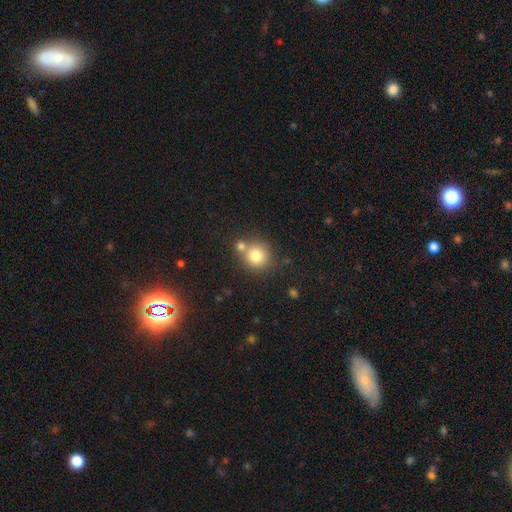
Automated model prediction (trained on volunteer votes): The model was most divided on "merging": none: 61%, merger: 26%, minor disturbance: 9%, major disturbance: 3%. More confident: how rounded — round (90%); smooth or featured — smooth (79%).